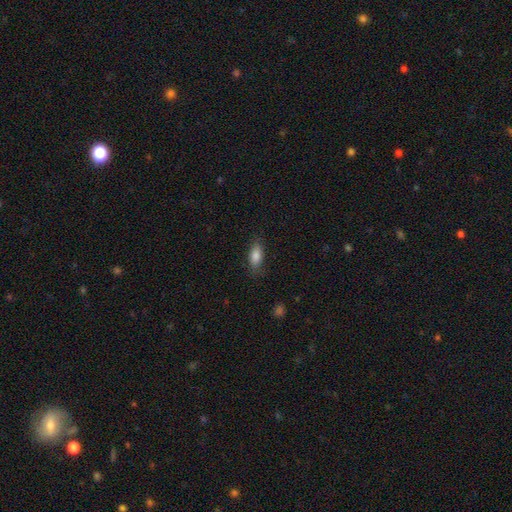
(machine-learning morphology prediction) smooth 84%, featured or disk 8%, star or artifact 7%. Down the decision tree: how rounded — in between (84%); merging — none (80%).